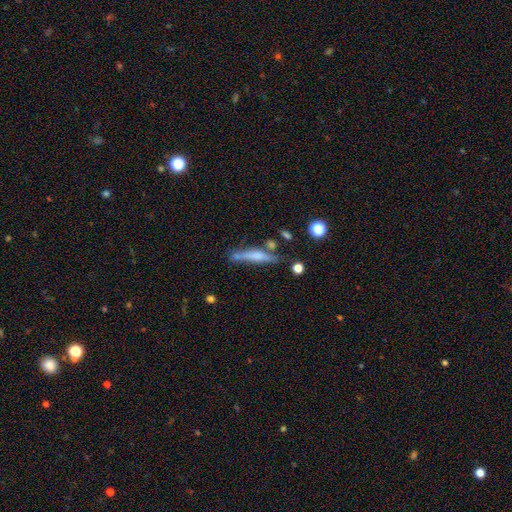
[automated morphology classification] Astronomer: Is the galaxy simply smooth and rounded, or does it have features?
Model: smooth — 49% (runner-up: featured or disk, 43%).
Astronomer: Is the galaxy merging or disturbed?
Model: none — 64%.